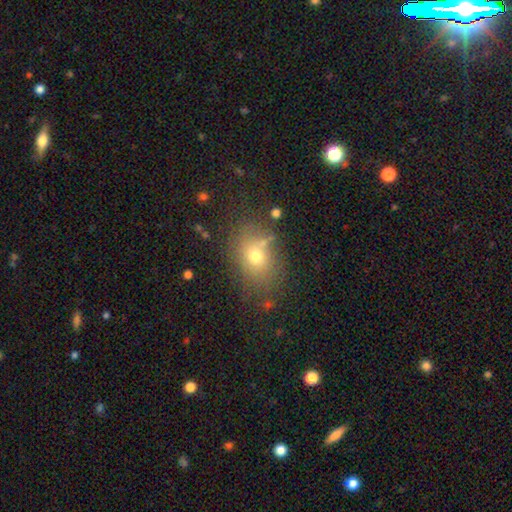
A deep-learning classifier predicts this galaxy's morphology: Q: Smooth or featured?
A: smooth (70%); runner-up: star or artifact (16%)
Q: How rounded?
A: in between (58%); runner-up: round (41%)
Q: Merging?
A: none (70%); runner-up: minor disturbance (17%)